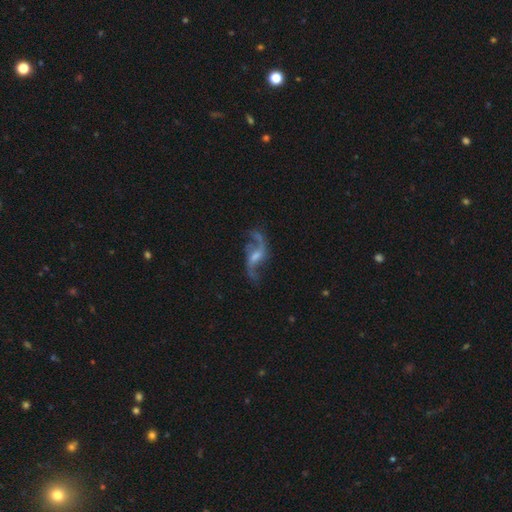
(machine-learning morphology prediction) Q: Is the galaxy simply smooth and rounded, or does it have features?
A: featured or disk — 88%.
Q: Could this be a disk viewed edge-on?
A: no — 95%.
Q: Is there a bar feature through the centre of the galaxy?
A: weak — 48%.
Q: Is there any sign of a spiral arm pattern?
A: yes — 96%.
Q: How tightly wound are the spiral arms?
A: loose — 84%.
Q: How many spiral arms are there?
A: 2 — 91%.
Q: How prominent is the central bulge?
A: moderate — 42%.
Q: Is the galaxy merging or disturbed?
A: none — 70%.